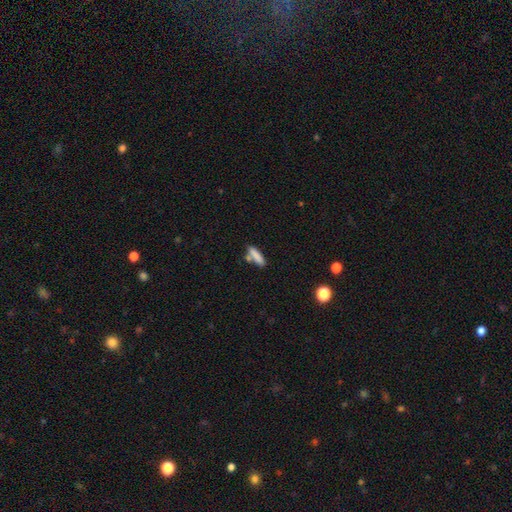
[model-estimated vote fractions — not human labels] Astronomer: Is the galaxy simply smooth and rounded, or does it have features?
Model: smooth — 82%.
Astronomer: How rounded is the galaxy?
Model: cigar-shaped — 68%.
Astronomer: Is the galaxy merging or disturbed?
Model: none — 64%.